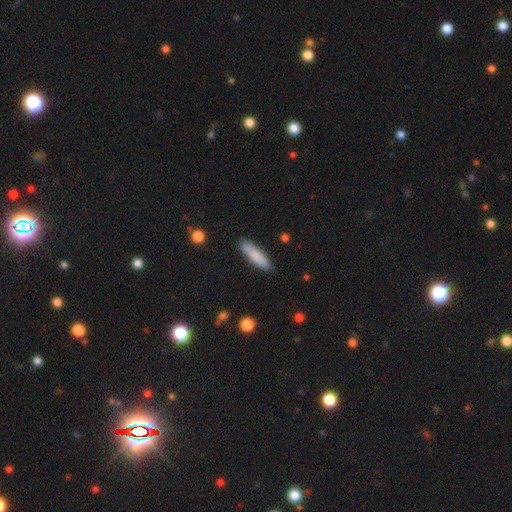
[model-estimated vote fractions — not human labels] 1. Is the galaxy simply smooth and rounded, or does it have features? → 83% smooth, 12% featured or disk, 6% star or artifact.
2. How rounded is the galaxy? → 74% cigar-shaped, 24% in between, 1% round.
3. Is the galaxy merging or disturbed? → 84% none, 12% minor disturbance, 2% major disturbance, 2% merger.